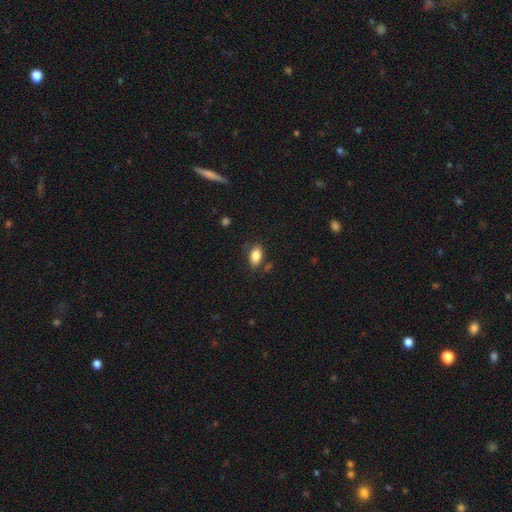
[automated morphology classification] A smooth galaxy with no disk features (85%) that is in between round and cigar-shaped (91%). Merging: none (79%).